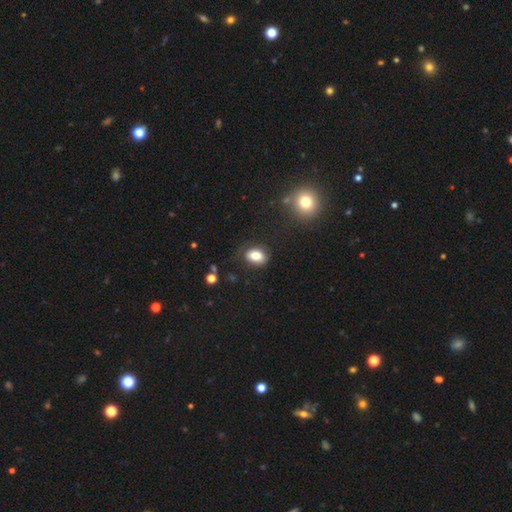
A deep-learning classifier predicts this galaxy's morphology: Q: Smooth or featured?
A: smooth (82%); runner-up: star or artifact (9%)
Q: How rounded?
A: in between (75%); runner-up: round (24%)
Q: Merging?
A: none (78%); runner-up: minor disturbance (16%)